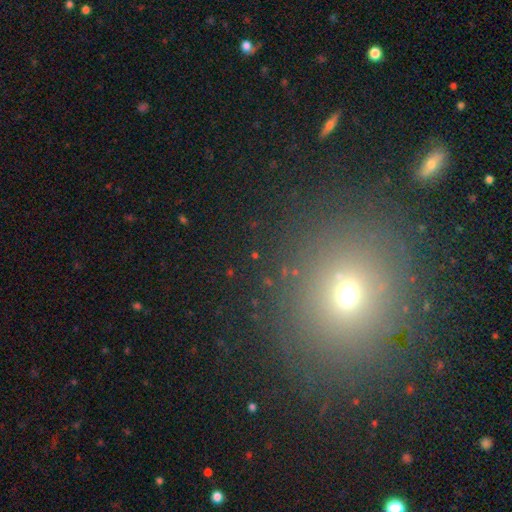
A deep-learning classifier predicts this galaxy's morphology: Q: Smooth or featured?
A: star or artifact (44%); runner-up: smooth (42%)